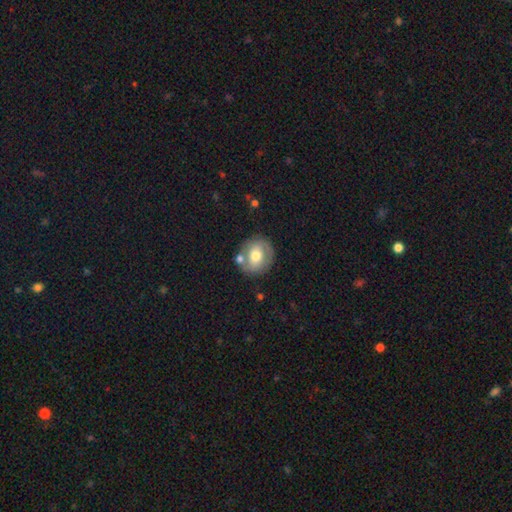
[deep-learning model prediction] Smooth or featured?
  - smooth: 53% *
  - featured or disk: 39%
  - star or artifact: 8%
How rounded?
  - round: 78% *
  - in between: 21%
  - cigar-shaped: 1%
Merging?
  - none: 70% *
  - minor disturbance: 13%
  - merger: 12%
  - major disturbance: 4%